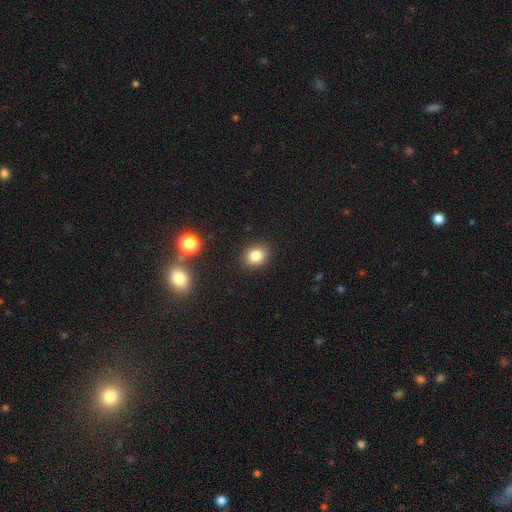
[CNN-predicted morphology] smooth_or_featured: smooth (p=0.82) [alt: star or artifact p=0.12]
how_rounded: round (p=0.62) [alt: in between p=0.37]
merging: none (p=0.90) [alt: minor disturbance p=0.07]